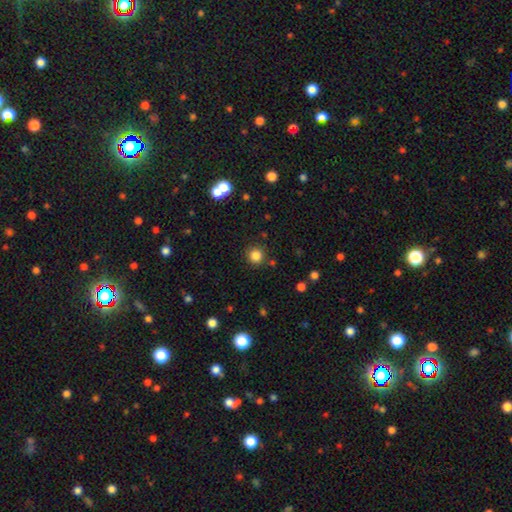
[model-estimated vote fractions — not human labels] Q: Smooth or featured?
A: smooth (83%); runner-up: star or artifact (13%)
Q: How rounded?
A: round (95%); runner-up: in between (4%)
Q: Merging?
A: none (88%); runner-up: minor disturbance (6%)